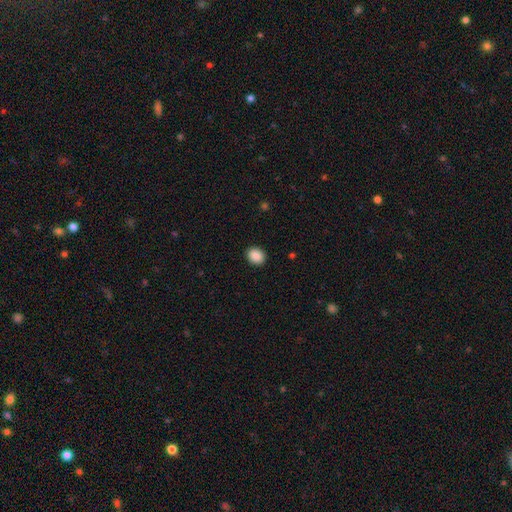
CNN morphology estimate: Overall: smooth (89%). How rounded: round (56%; in between 43%). Merging: none (91%).